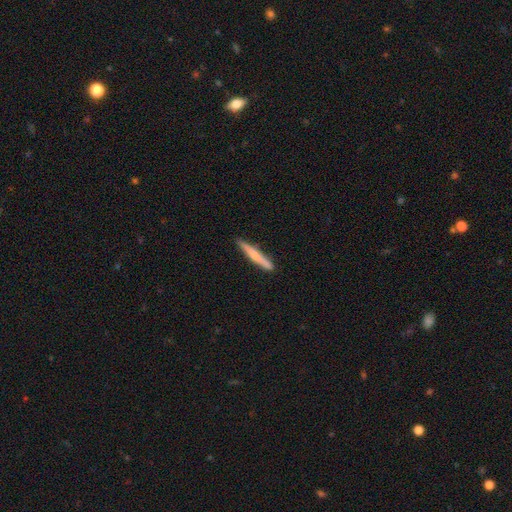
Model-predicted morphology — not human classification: Overall: smooth (60%; featured or disk 35%). How rounded: cigar-shaped (95%). Merging: none (88%).